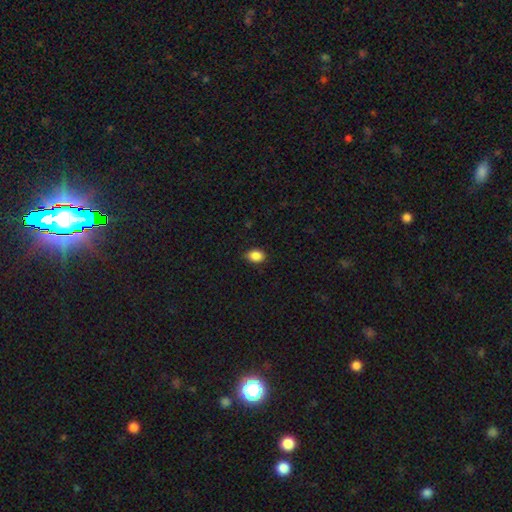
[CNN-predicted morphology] Q: Smooth or featured?
A: smooth (88%); runner-up: star or artifact (9%)
Q: How rounded?
A: in between (70%); runner-up: round (29%)
Q: Merging?
A: none (82%); runner-up: minor disturbance (15%)